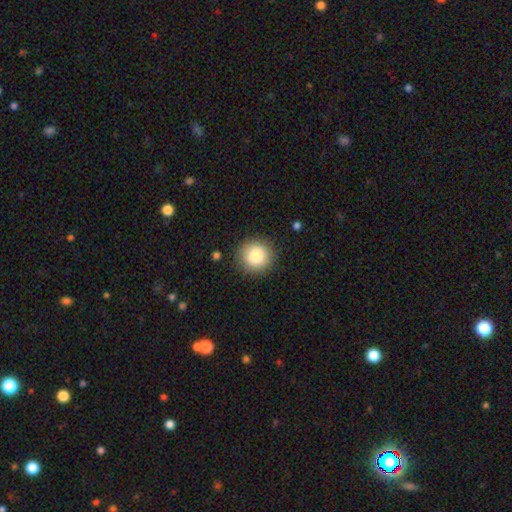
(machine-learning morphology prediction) A smooth galaxy with no disk features (85%) that is round (92%). Merging: none (89%).